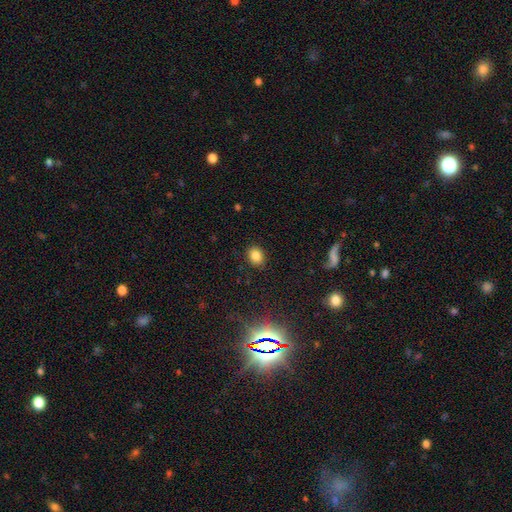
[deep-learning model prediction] smooth-or-featured: smooth: 83% | star or artifact: 11% | featured or disk: 6%
  how-rounded: in between: 54% | round: 45% | cigar-shaped: 1%
  merging: none: 88% | minor disturbance: 8% | major disturbance: 2% | merger: 1%